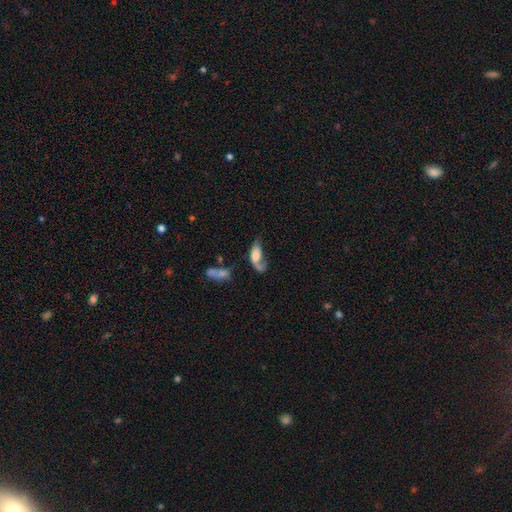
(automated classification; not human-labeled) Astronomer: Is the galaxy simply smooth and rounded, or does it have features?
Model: smooth — 54% (runner-up: featured or disk, 37%).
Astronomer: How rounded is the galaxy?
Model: in between — 85%.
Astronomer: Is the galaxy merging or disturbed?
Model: major disturbance — 42% (runner-up: none, 22%).